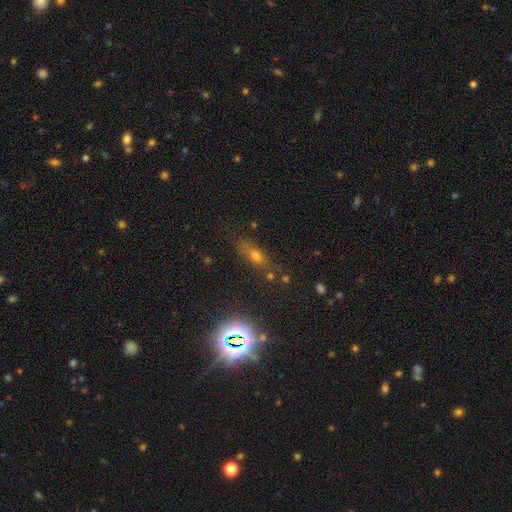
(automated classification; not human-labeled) Overall: smooth (50%; star or artifact 34%). How rounded: in between (57%; cigar-shaped 24%). Merging: none (69%).